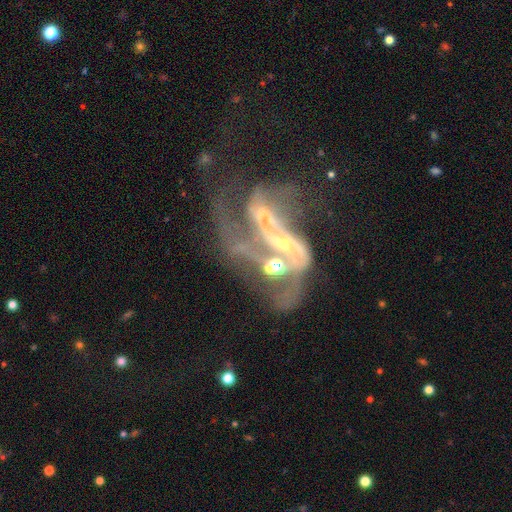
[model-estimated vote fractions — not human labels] Smooth or featured: featured or disk — 82% (star or artifact — 10%)
Edge-on disk: no — 95% (yes — 5%)
Bar: no — 41% (weak — 33%)
Spiral arms: yes — 79% (no — 21%)
Spiral winding: loose — 49% (medium — 34%)
Spiral arm count: 2 — 45% (can't tell — 23%)
Bulge size: small — 42% (moderate — 39%)
Merging: merger — 59% (major disturbance — 24%)